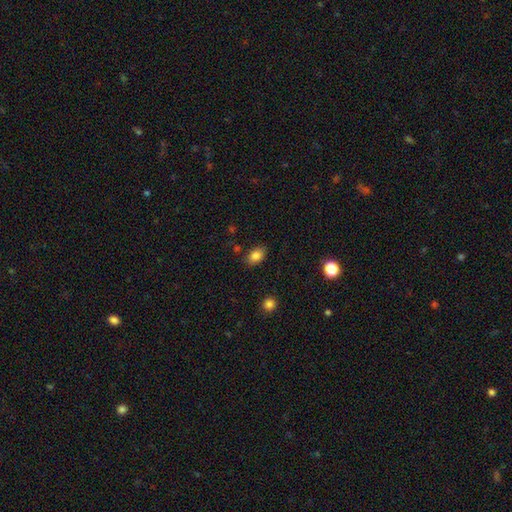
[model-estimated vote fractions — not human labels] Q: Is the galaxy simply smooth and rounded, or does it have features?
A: smooth — 83%.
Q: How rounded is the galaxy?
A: in between — 83%.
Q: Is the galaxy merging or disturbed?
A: none — 84%.